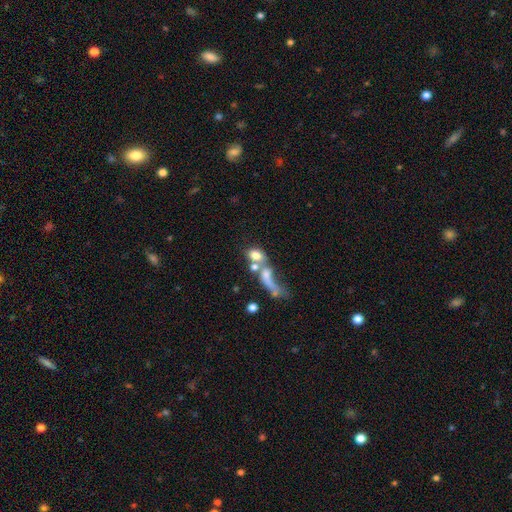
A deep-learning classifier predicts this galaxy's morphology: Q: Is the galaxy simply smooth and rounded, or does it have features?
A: smooth — 67%.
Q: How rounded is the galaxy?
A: in between — 57%.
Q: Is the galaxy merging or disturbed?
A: merger — 54%.